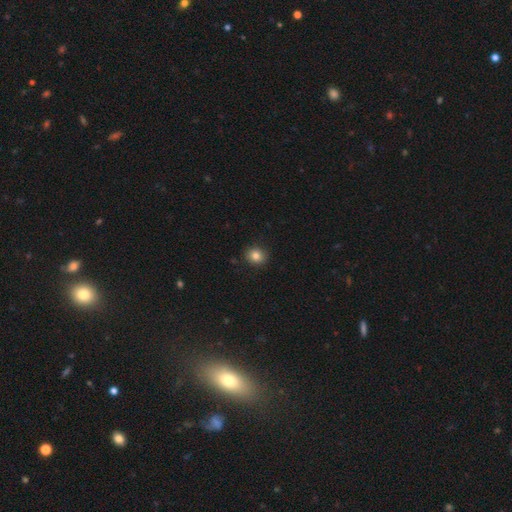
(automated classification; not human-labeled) The model was most divided on "how rounded": round: 77%, in between: 22%, cigar-shaped: 1%. More confident: merging — none (90%); smooth or featured — smooth (84%).